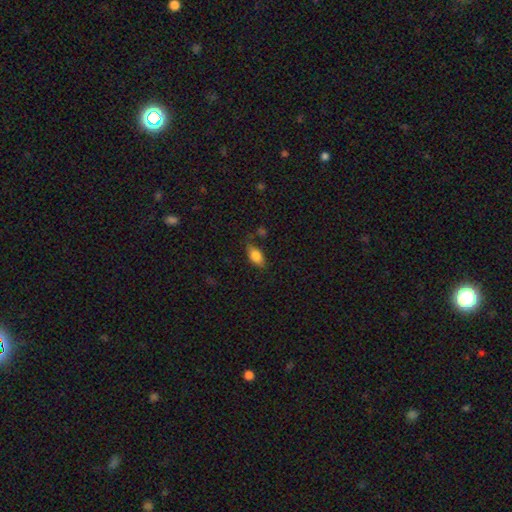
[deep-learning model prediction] Morphology: type=smooth (83%); roundness=in between (89%); merging=none (71%).